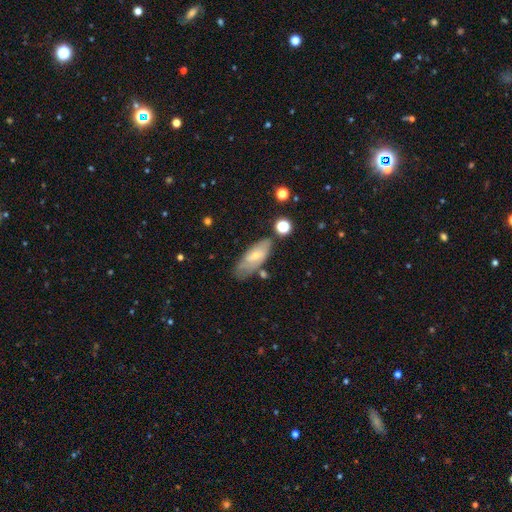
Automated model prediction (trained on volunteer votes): This is possibly a smooth galaxy (53%). How rounded: likely in between (78%). Merging: possibly none (58%).